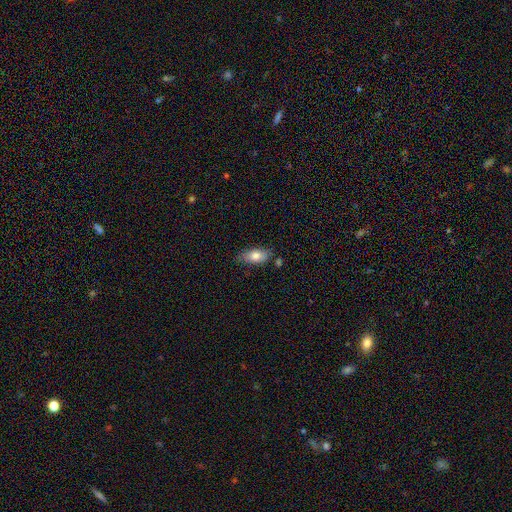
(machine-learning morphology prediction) A smooth galaxy with no disk features (77%) that is in between round and cigar-shaped (87%).

Vote fractions:
- Smooth or featured? smooth: 77% / featured or disk: 16% / star or artifact: 7%
- How rounded? in between: 87% / cigar-shaped: 7% / round: 5%
- Merging? none: 70% / minor disturbance: 21% / merger: 5% / major disturbance: 4%